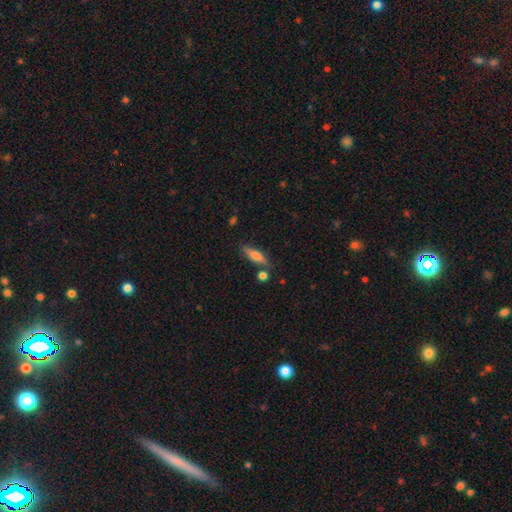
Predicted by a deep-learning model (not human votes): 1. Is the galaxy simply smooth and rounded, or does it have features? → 61% smooth, 32% featured or disk, 7% star or artifact.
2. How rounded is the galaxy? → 64% cigar-shaped, 34% in between, 3% round.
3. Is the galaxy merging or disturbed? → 75% none, 14% minor disturbance, 8% merger, 3% major disturbance.